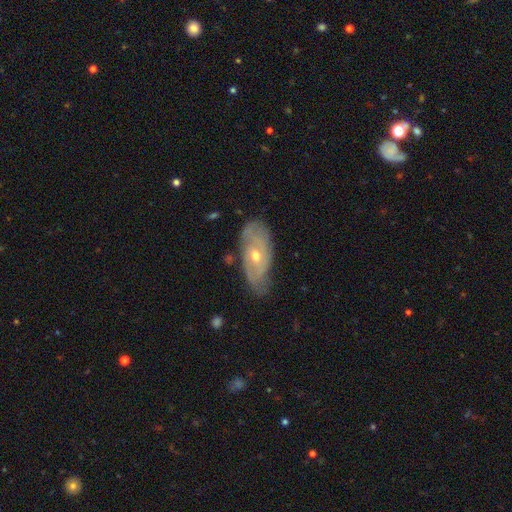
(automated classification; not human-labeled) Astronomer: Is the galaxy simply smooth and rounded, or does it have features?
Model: featured or disk — 72%.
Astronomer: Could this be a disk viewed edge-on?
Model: no — 85%.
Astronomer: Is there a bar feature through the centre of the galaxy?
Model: no — 72%.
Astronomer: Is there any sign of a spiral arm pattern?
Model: yes — 72%.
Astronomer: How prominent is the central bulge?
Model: moderate — 56% (runner-up: small, 41%).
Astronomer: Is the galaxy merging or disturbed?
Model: none — 70%.